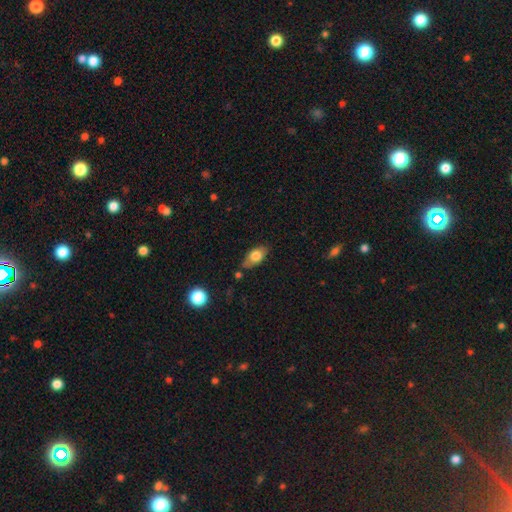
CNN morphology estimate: A smooth galaxy with no disk features (73%) that is in between round and cigar-shaped (87%). Merging: none (68%).